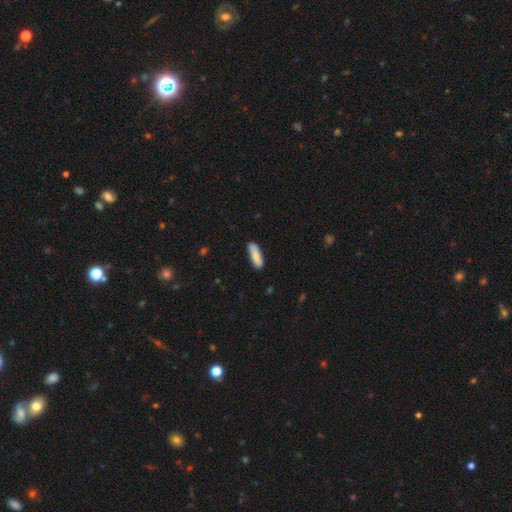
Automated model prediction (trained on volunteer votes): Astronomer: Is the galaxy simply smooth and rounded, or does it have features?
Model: smooth — 84%.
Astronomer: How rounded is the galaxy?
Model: cigar-shaped — 56% (runner-up: in between, 43%).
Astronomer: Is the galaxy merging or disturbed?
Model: none — 85%.